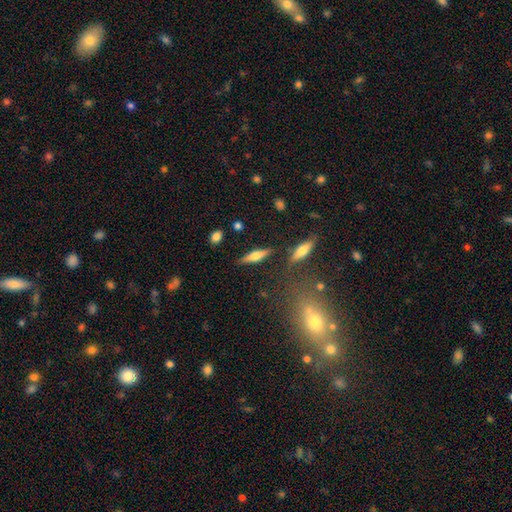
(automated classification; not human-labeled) smooth_or_featured: smooth (p=0.49) [alt: featured or disk p=0.43]
merging: none (p=0.81) [alt: minor disturbance p=0.11]